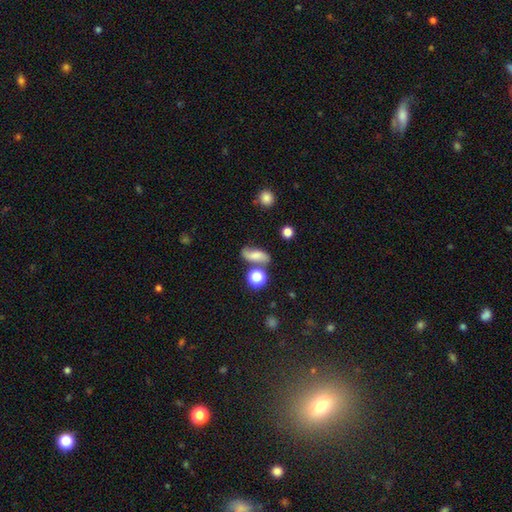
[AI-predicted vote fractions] The model was most divided on "smooth or featured": smooth: 57%, featured or disk: 30%, star or artifact: 13%. More confident: how rounded — in between (63%); merging — none (60%).